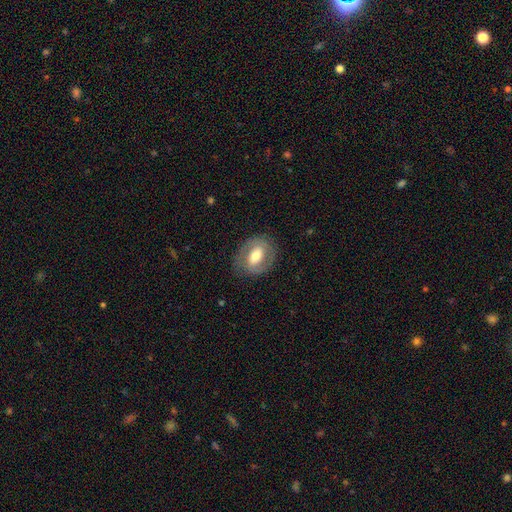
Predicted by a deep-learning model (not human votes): Overall: featured or disk (50%; smooth 44%). Merging: none (77%).